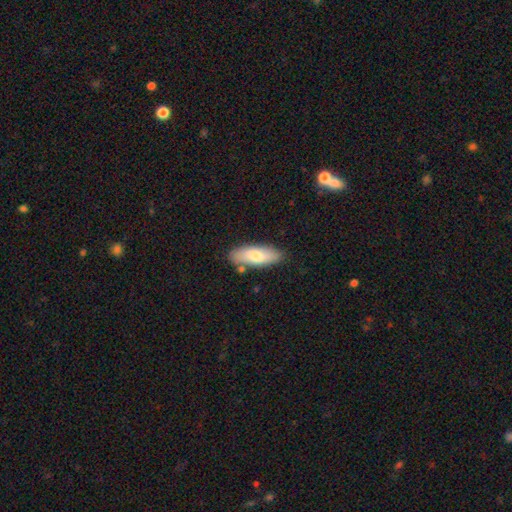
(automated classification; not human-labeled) This is likely a smooth galaxy (73%). How rounded: likely in between (68%). Merging: likely none (78%).